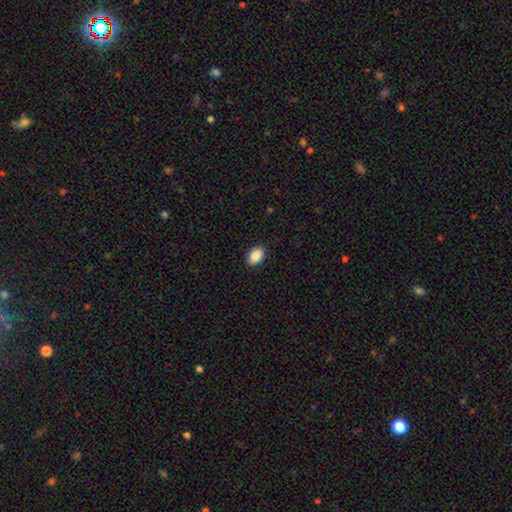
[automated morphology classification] Smooth or featured? smooth (90%)
How rounded? in between (85%)
Merging? none (89%)